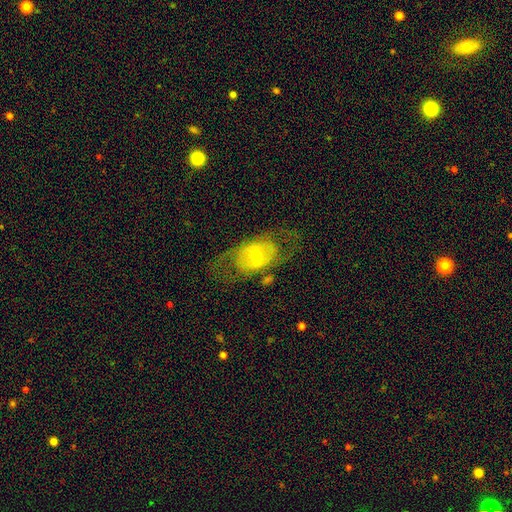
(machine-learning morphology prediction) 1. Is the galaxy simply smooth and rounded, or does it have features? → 64% featured or disk, 28% smooth, 7% star or artifact.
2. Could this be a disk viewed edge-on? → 91% no, 9% yes.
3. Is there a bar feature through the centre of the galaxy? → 66% no, 25% weak, 9% strong.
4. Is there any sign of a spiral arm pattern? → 52% yes, 48% no.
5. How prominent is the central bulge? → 54% moderate, 40% small, 4% large, 1% none, 1% dominant.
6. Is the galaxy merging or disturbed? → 59% none, 20% major disturbance, 18% minor disturbance, 3% merger.